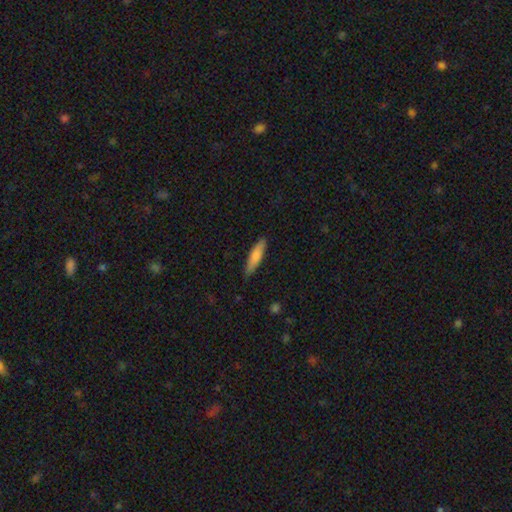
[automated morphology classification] A smooth galaxy with no disk features (77%) that is cigar-shaped (77%).

Vote fractions:
- Smooth or featured? smooth: 77% / featured or disk: 17% / star or artifact: 6%
- How rounded? cigar-shaped: 77% / in between: 22% / round: 2%
- Merging? none: 83% / minor disturbance: 13% / major disturbance: 2% / merger: 1%